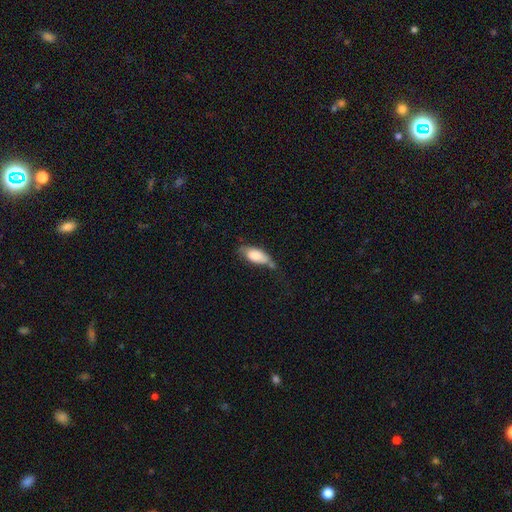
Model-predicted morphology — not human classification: The model was most divided on "merging": none: 39%, minor disturbance: 36%, major disturbance: 13%, merger: 11%. More confident: how rounded — in between (83%); smooth or featured — smooth (80%).